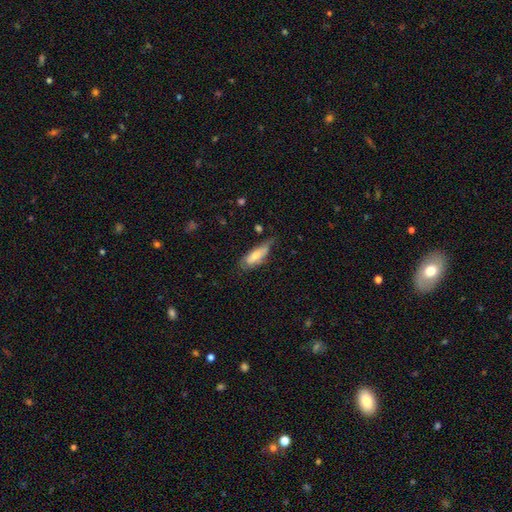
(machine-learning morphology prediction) A smooth galaxy with no disk features (69%) that is in between round and cigar-shaped (64%). Merging: none (43%).